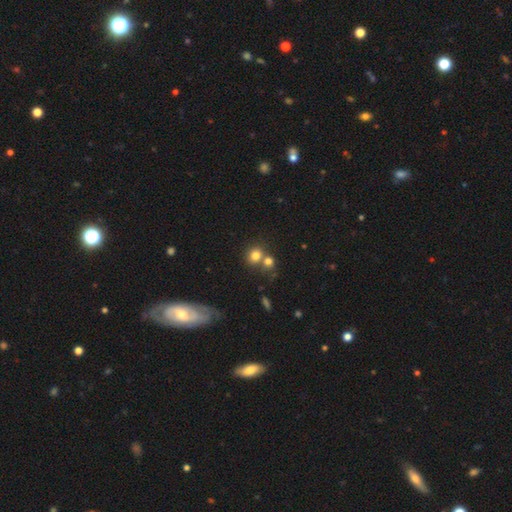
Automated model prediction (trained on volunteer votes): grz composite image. It shows a smooth galaxy with no disk features (78%) that is round (80%). Merging: none (50%).